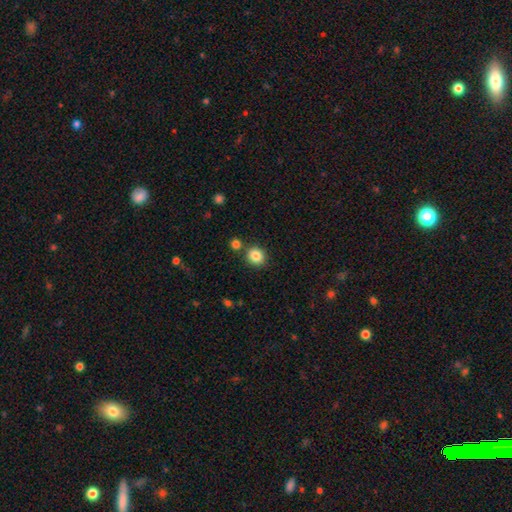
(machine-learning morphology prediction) Smooth or featured?
  - smooth: 85% *
  - star or artifact: 10%
  - featured or disk: 5%
How rounded?
  - round: 81% *
  - in between: 18%
  - cigar-shaped: 1%
Merging?
  - none: 79% *
  - merger: 10%
  - minor disturbance: 8%
  - major disturbance: 2%